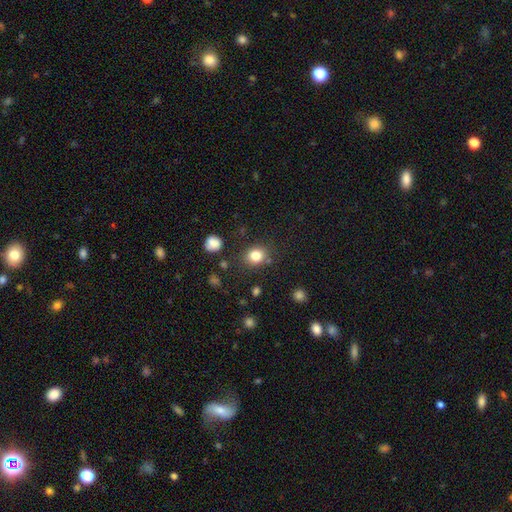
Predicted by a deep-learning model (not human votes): The model was most divided on "how rounded": round: 69%, in between: 30%, cigar-shaped: 1%. More confident: smooth or featured — smooth (82%); merging — none (81%).